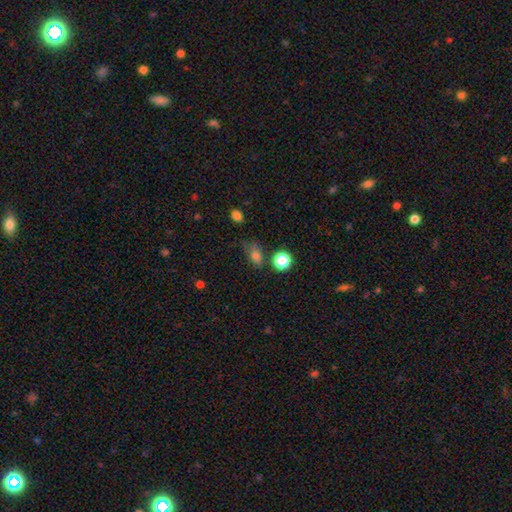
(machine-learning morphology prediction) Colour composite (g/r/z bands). It shows a smooth galaxy with no disk features (75%) that is in between round and cigar-shaped (70%). Merging: none (55%).